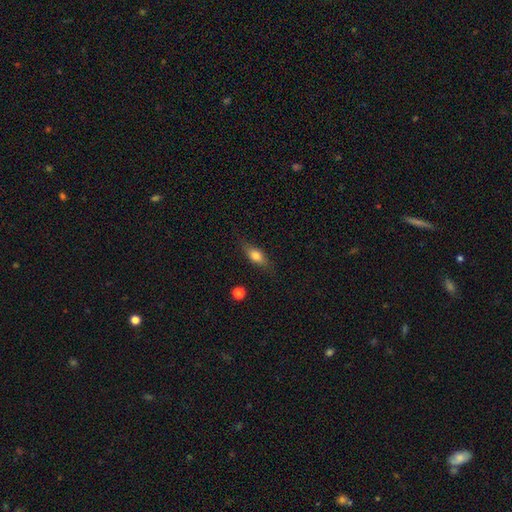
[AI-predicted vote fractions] Q: Smooth or featured?
A: smooth (70%); runner-up: featured or disk (22%)
Q: How rounded?
A: in between (67%); runner-up: cigar-shaped (27%)
Q: Merging?
A: none (78%); runner-up: minor disturbance (16%)